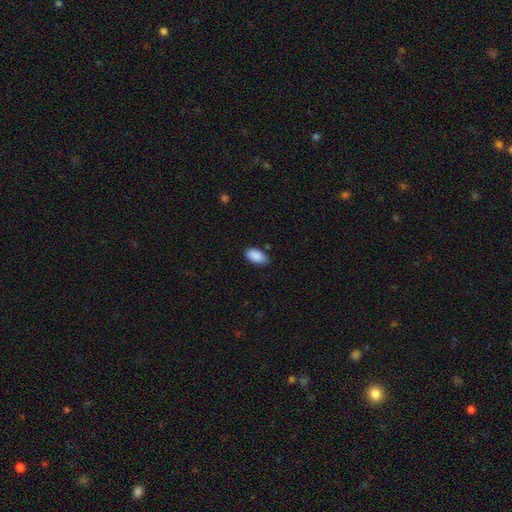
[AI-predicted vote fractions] Smooth or featured? Predicted: smooth (p=0.89). How rounded? Predicted: in between (p=0.94). Merging? Predicted: none (p=0.75).